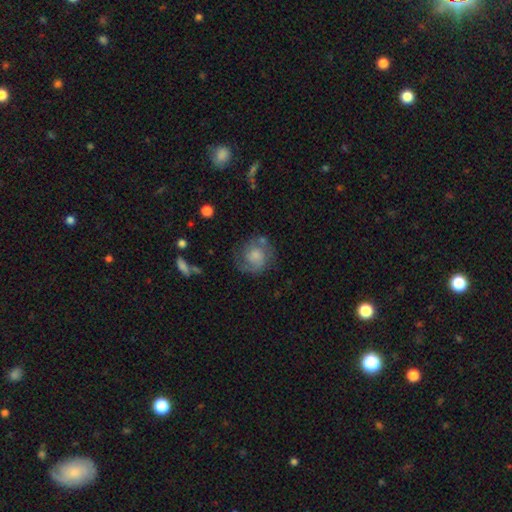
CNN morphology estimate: A featured or disk galaxy (55%) with no bar (72%), spiral arms (84%) and a small central bulge (32%).

Vote fractions:
- Smooth or featured? featured or disk: 55% / smooth: 37% / star or artifact: 8%
- Edge-on disk? no: 98% / yes: 2%
- Bar? no: 72% / weak: 24% / strong: 4%
- Spiral arms? yes: 84% / no: 16%
- Bulge size? small: 32% / moderate: 31% / none: 20% / large: 15% / dominant: 3%
- Merging? none: 62% / minor disturbance: 21% / major disturbance: 13% / merger: 4%